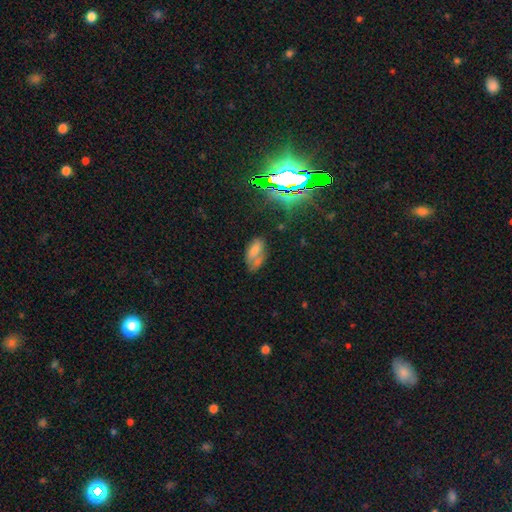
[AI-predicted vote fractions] smooth 45%, star or artifact 28%, featured or disk 26%. Down the decision tree: merging — none (46%).